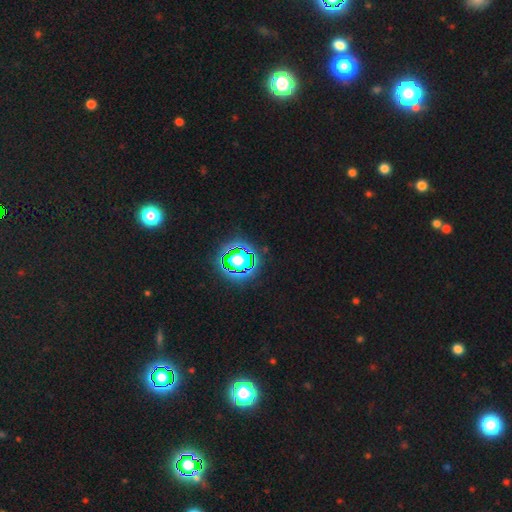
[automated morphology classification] The model was most divided on "smooth or featured": star or artifact: 81%, smooth: 12%, featured or disk: 7%.